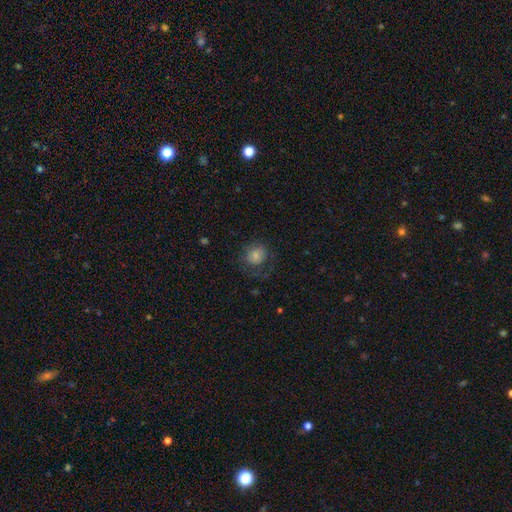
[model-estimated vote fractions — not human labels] Smooth or featured: smooth — 74% (featured or disk — 17%)
How rounded: round — 78% (in between — 21%)
Merging: none — 59% (major disturbance — 20%)